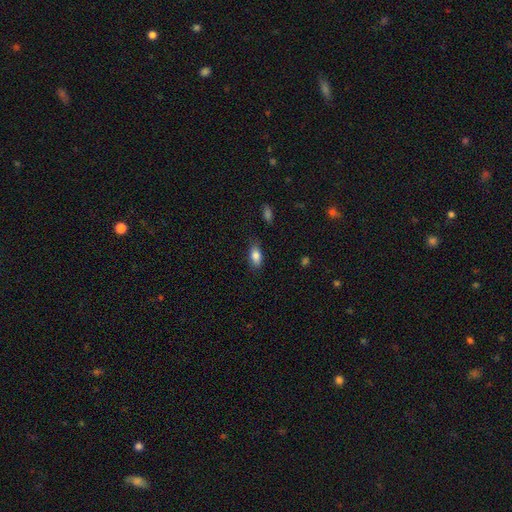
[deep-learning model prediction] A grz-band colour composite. It shows a smooth galaxy with no disk features (84%) that is in between round and cigar-shaped (87%). Merging: none (79%).